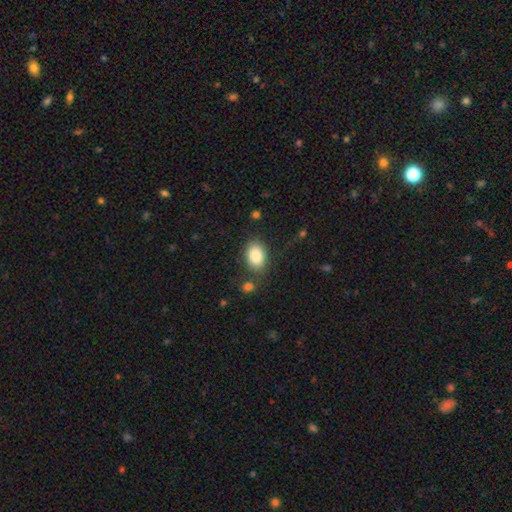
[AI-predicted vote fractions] Smooth or featured? Predicted: smooth (p=0.85). How rounded? Predicted: in between (p=0.85). Merging? Predicted: none (p=0.76).